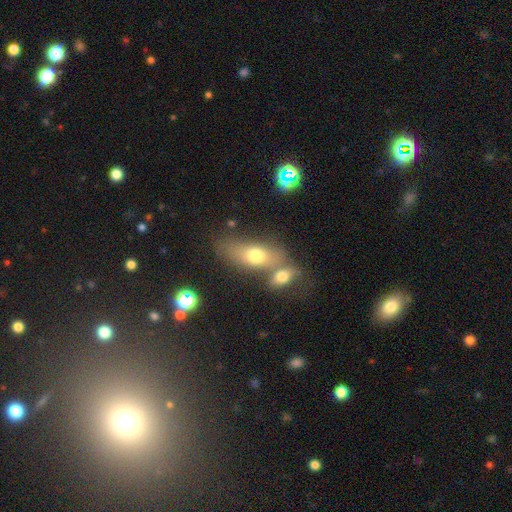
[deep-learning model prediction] smooth_or_featured: smooth (p=0.68) [alt: featured or disk p=0.22]
how_rounded: in between (p=0.79) [alt: cigar-shaped p=0.13]
merging: none (p=0.44) [alt: merger p=0.38]